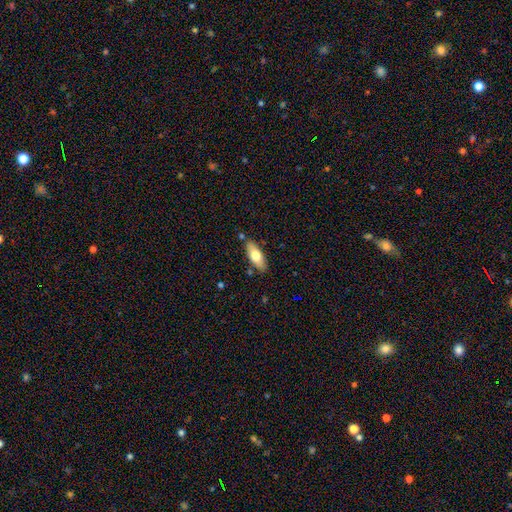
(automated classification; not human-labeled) Overall: smooth (69%). How rounded: in between (75%). Merging: none (82%).